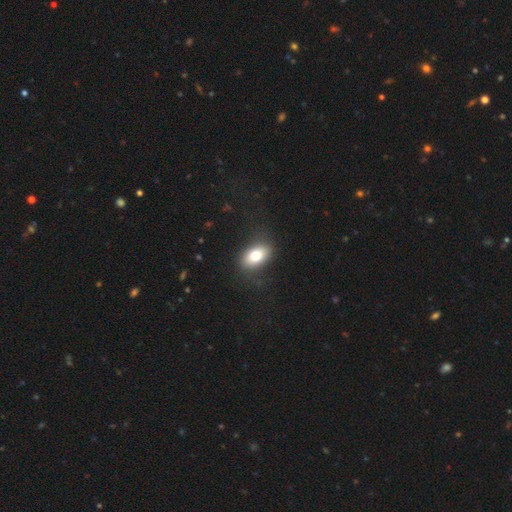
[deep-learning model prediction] Smooth or featured?
  - smooth: 77% *
  - featured or disk: 15%
  - star or artifact: 9%
How rounded?
  - in between: 87% *
  - round: 11%
  - cigar-shaped: 2%
Merging?
  - none: 82% *
  - minor disturbance: 11%
  - major disturbance: 5%
  - merger: 1%